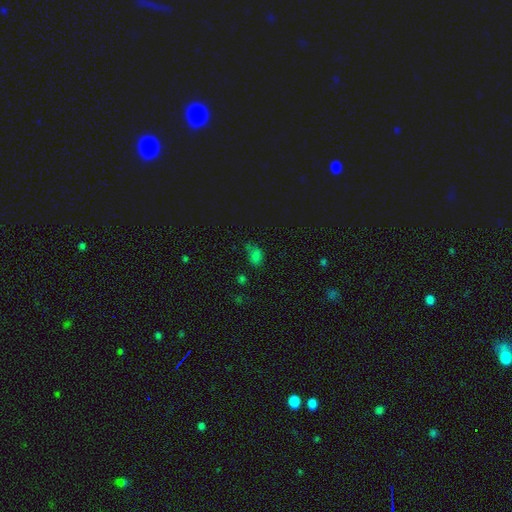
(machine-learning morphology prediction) A smooth galaxy with no disk features (63%) that is in between round and cigar-shaped (76%).

Vote fractions:
- Smooth or featured? smooth: 63% / star or artifact: 29% / featured or disk: 8%
- How rounded? in between: 76% / round: 21% / cigar-shaped: 3%
- Merging? none: 47% / minor disturbance: 28% / major disturbance: 13% / merger: 12%